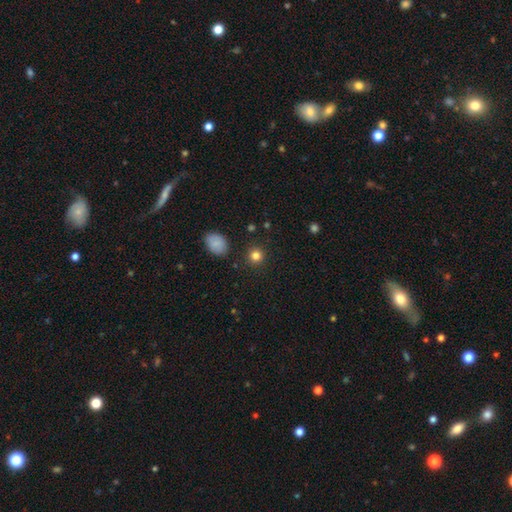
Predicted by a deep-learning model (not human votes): Q: Smooth or featured?
A: smooth (82%); runner-up: star or artifact (12%)
Q: How rounded?
A: round (90%); runner-up: in between (9%)
Q: Merging?
A: none (88%); runner-up: minor disturbance (7%)